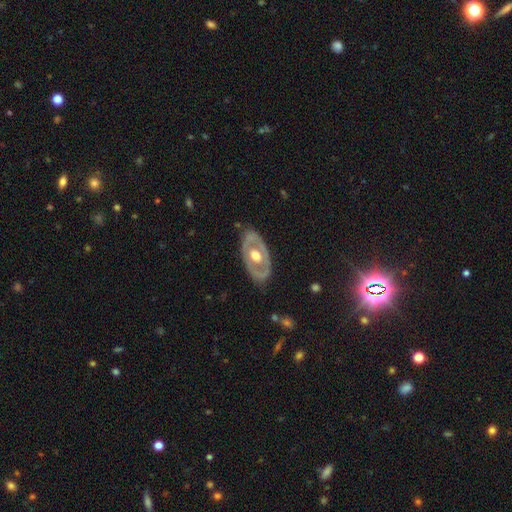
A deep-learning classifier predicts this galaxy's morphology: This appears to be a featured or disk galaxy (63%) with no bar (87%), no spiral arms (86%) and a moderate central bulge (66%). Merging: none (78%).